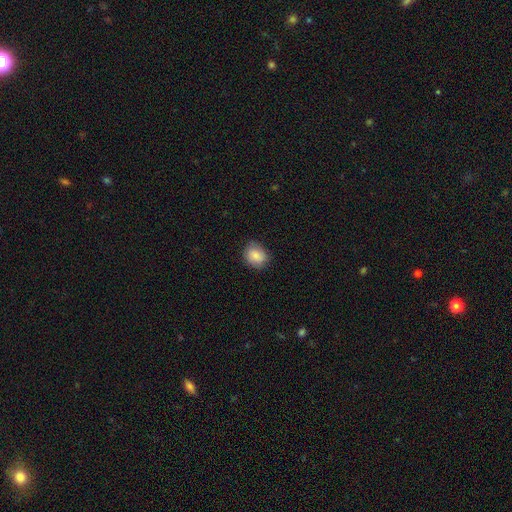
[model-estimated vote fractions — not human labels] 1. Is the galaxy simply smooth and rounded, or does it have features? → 85% smooth, 8% star or artifact, 7% featured or disk.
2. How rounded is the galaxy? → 59% round, 40% in between, 1% cigar-shaped.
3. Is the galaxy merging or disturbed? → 81% none, 15% minor disturbance, 3% major disturbance, 1% merger.